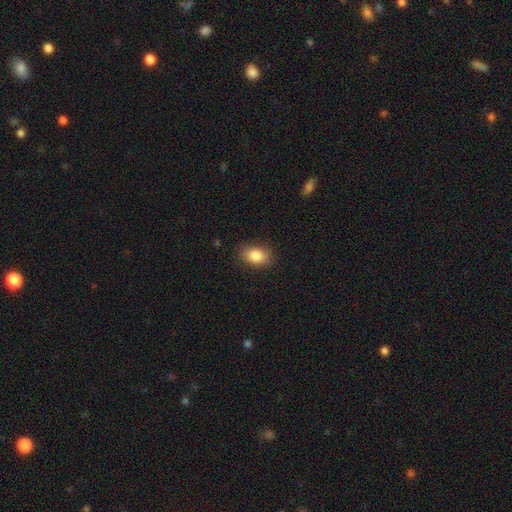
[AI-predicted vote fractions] Smooth or featured? smooth (85%)
How rounded? in between (82%)
Merging? none (85%)